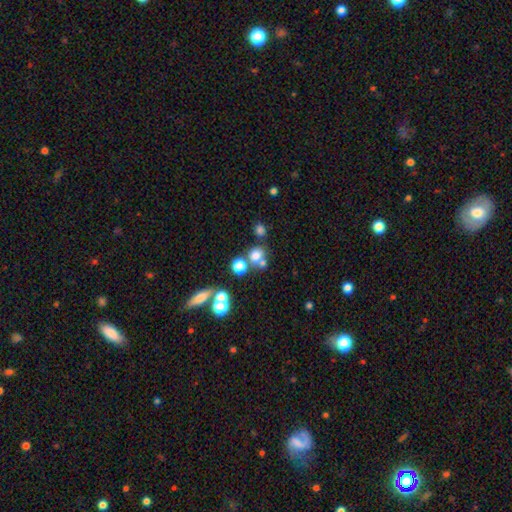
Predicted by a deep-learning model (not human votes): A smooth galaxy with no disk features (71%) that is round (83%). Merging: none (56%).